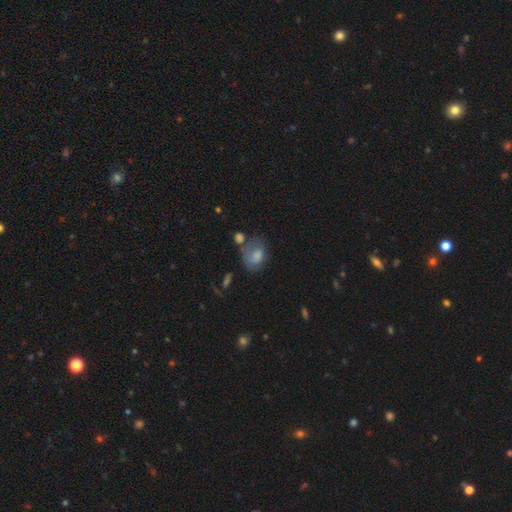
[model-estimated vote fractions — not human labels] Smooth or featured? Predicted: smooth (p=0.70). How rounded? Predicted: in between (p=0.66). Merging? Predicted: none (p=0.35).